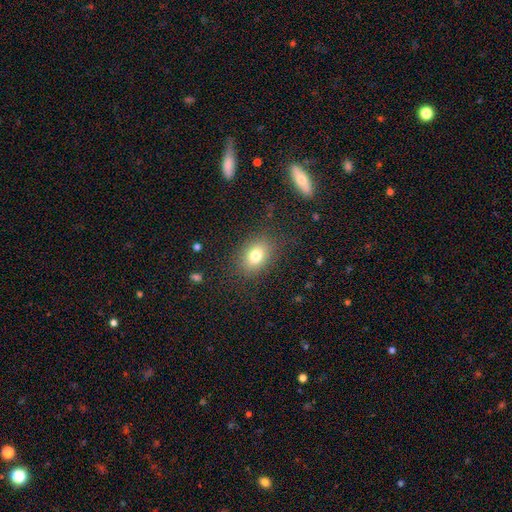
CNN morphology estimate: smooth_or_featured: smooth (p=0.77) [alt: featured or disk p=0.12]
how_rounded: in between (p=0.72) [alt: round p=0.26]
merging: none (p=0.81) [alt: minor disturbance p=0.12]